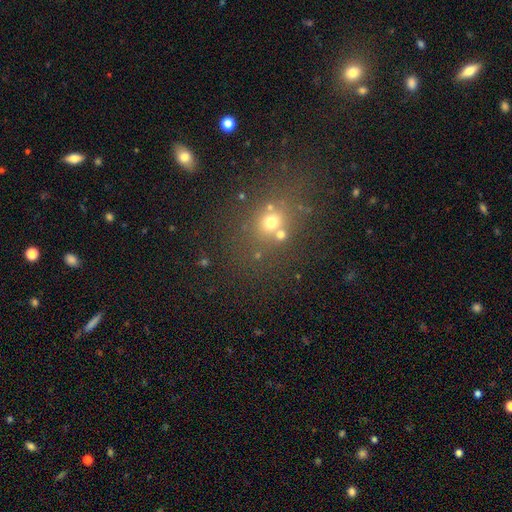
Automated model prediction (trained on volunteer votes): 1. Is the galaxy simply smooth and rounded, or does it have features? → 44% star or artifact, 43% smooth, 13% featured or disk.